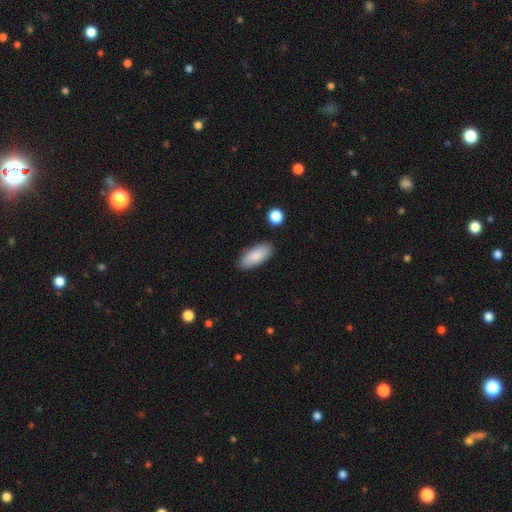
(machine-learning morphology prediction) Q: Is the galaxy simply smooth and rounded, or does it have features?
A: smooth — 87%.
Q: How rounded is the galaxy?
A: in between — 85%.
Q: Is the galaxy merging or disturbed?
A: none — 86%.